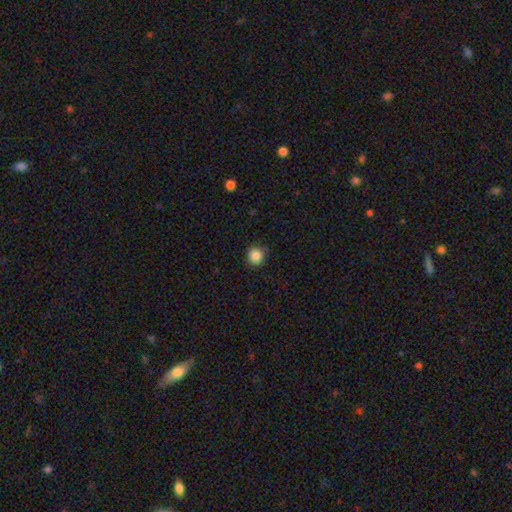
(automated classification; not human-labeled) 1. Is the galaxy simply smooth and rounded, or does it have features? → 85% smooth, 10% star or artifact, 4% featured or disk.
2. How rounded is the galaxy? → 93% round, 6% in between, 1% cigar-shaped.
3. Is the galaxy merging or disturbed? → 89% none, 8% minor disturbance, 2% major disturbance, 1% merger.